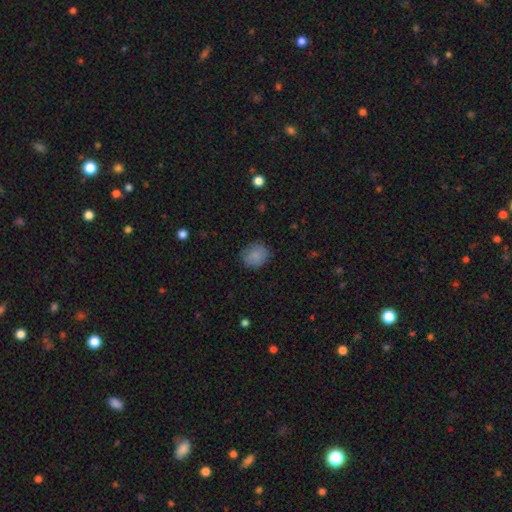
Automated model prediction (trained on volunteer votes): smooth-or-featured: smooth: 85% | star or artifact: 9% | featured or disk: 6%
  how-rounded: round: 66% | in between: 33% | cigar-shaped: 1%
  merging: none: 80% | minor disturbance: 15% | major disturbance: 4% | merger: 1%